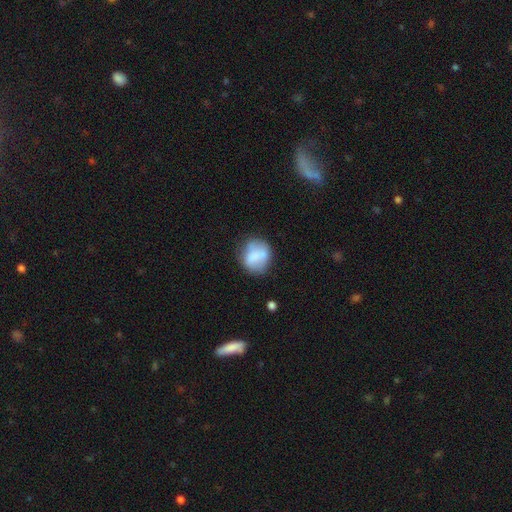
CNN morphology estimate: Smooth or featured? smooth (70%)
How rounded? round (74%)
Merging? none (59%)